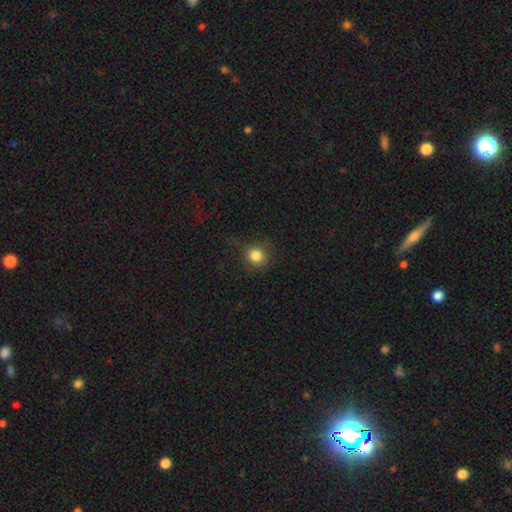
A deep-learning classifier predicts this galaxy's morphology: Smooth or featured?
  - smooth: 81% *
  - star or artifact: 12%
  - featured or disk: 7%
How rounded?
  - round: 90% *
  - in between: 9%
  - cigar-shaped: 1%
Merging?
  - none: 66% *
  - minor disturbance: 19%
  - major disturbance: 14%
  - merger: 2%